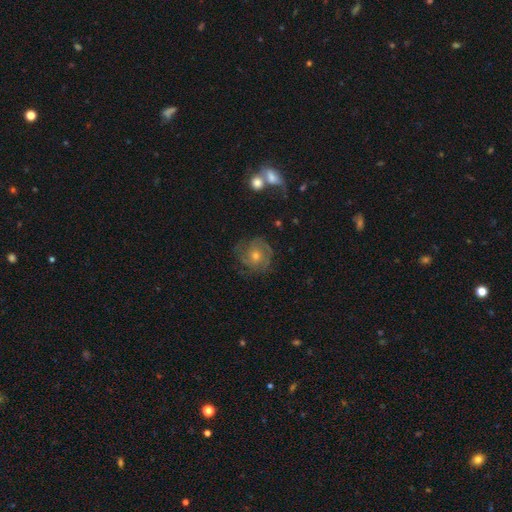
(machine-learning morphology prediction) The model was most divided on "spiral arm count": 3: 34%, 2: 25%, can't tell: 23%, 4: 8%, 1: 5%, more than 4: 5%. More confident: edge-on disk — no (97%); spiral arms — yes (94%); smooth or featured — featured or disk (78%); merging — none (77%); bar — no (75%); spiral winding — tight (61%); bulge size — moderate (61%).